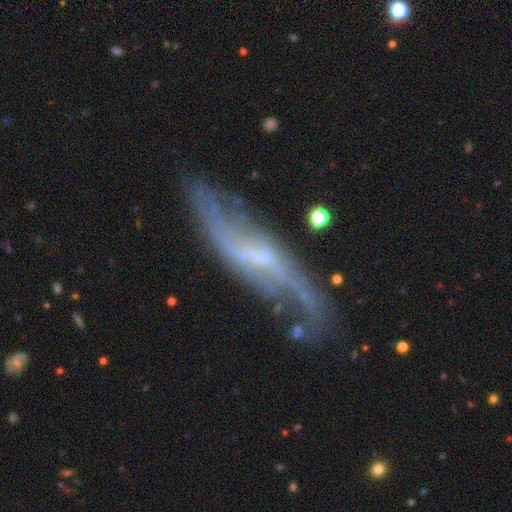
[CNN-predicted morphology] Smooth or featured? featured or disk (80%)
Edge-on disk? no (75%)
Bar? weak (47%)
Spiral arms? yes (89%)
Spiral winding? loose (78%)
Spiral arm count? 2 (79%)
Bulge size? small (53%)
Merging? none (67%)